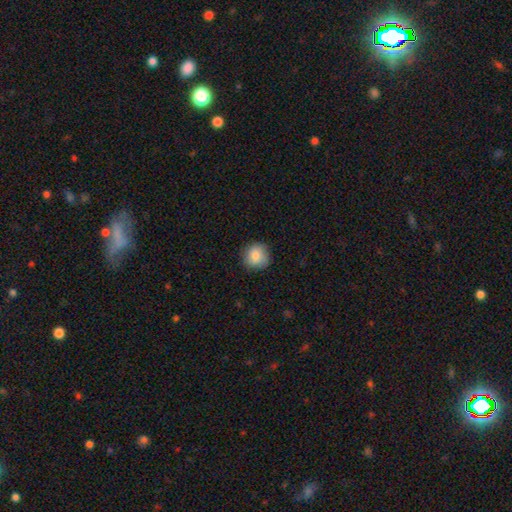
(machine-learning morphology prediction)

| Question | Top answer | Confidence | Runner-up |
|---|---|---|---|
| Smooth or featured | smooth | 85% | star or artifact (8%) |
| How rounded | round | 91% | in between (8%) |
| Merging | none | 85% | minor disturbance (11%) |